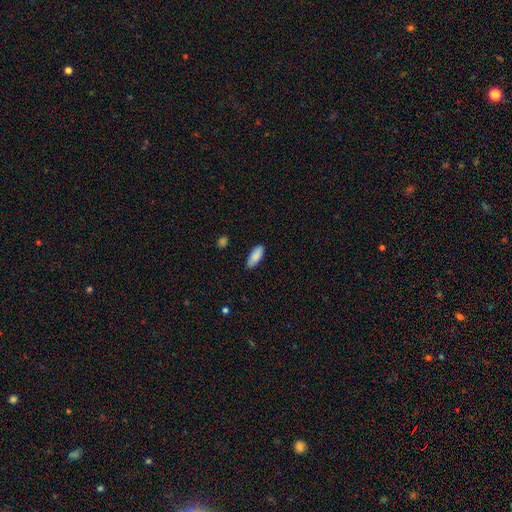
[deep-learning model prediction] Overall: smooth (89%). How rounded: in between (75%). Merging: none (84%).